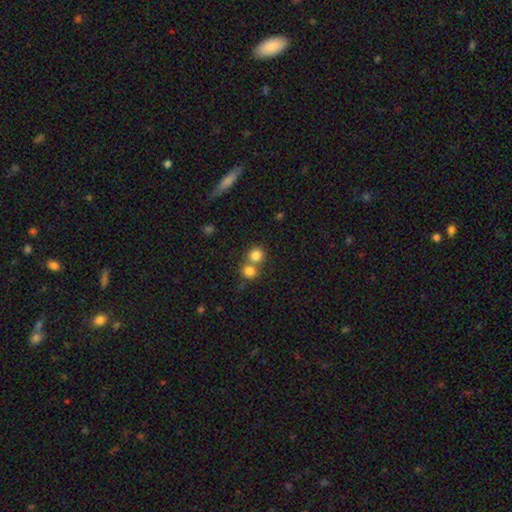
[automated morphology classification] This is clearly a smooth galaxy (81%). How rounded: clearly round (86%). Merging: possibly none (47%).